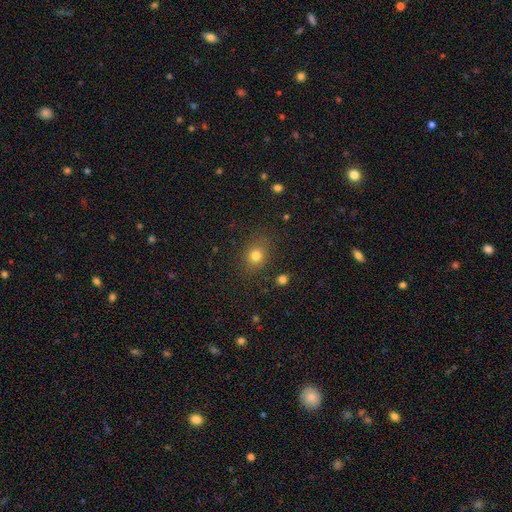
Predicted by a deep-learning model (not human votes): Smooth or featured? Predicted: smooth (p=0.79). How rounded? Predicted: round (p=0.66). Merging? Predicted: none (p=0.83).